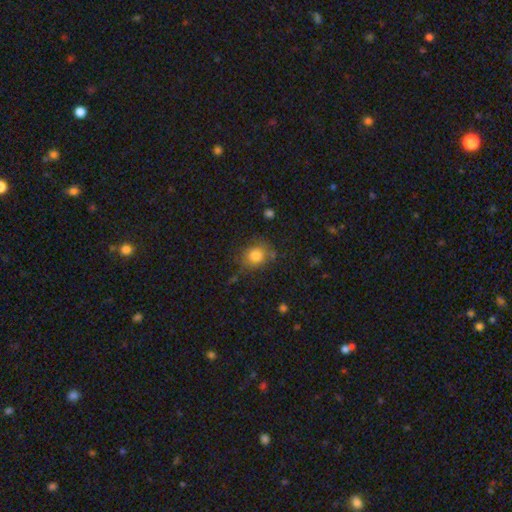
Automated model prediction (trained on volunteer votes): smooth 80%, star or artifact 10%, featured or disk 9%. Down the decision tree: how rounded — round (71%); merging — none (73%).